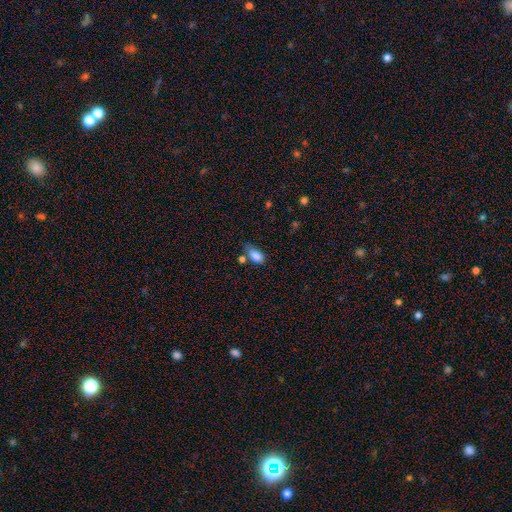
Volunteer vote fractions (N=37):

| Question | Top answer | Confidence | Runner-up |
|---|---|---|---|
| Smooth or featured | smooth | 84% | featured or disk (11%) |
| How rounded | in between | 97% | round (3%) |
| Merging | minor disturbance | 63% | none (29%) |